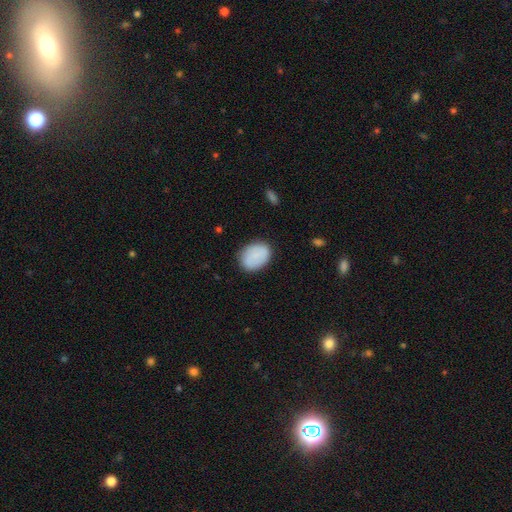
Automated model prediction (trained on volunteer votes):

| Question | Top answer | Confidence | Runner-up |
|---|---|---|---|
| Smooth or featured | smooth | 84% | featured or disk (9%) |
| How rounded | in between | 72% | round (27%) |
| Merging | none | 82% | minor disturbance (13%) |